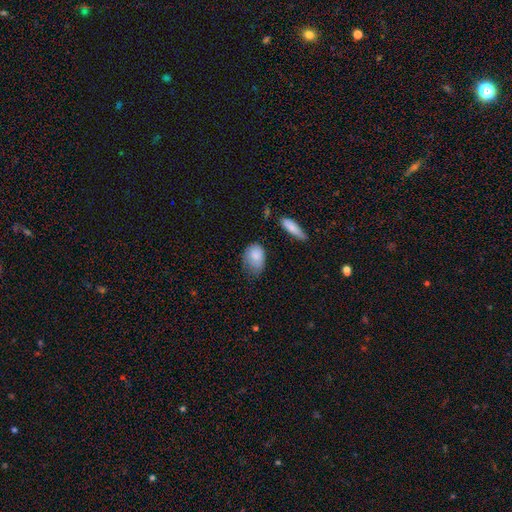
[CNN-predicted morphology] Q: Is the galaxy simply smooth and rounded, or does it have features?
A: smooth — 84%.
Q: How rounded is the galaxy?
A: in between — 78%.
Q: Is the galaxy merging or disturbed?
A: minor disturbance — 42%, tied with none.